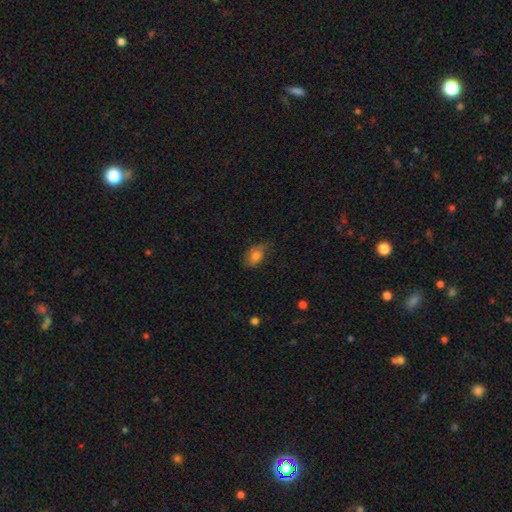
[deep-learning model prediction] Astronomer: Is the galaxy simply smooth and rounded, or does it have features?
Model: smooth — 76%.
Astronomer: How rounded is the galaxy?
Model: in between — 87%.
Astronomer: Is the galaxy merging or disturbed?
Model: none — 60%.